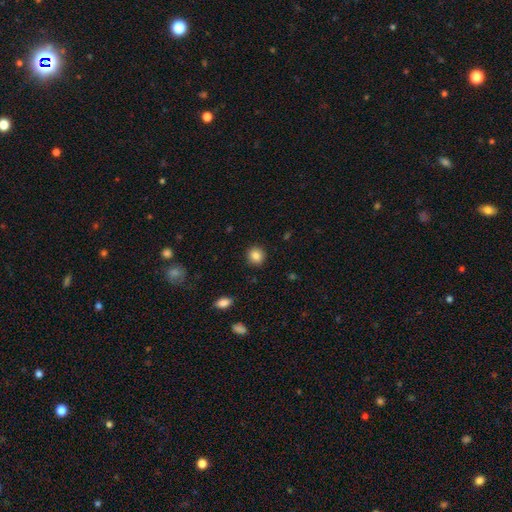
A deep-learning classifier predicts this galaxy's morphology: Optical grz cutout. It shows a smooth galaxy with no disk features (85%) that is round (89%). Merging: none (91%).